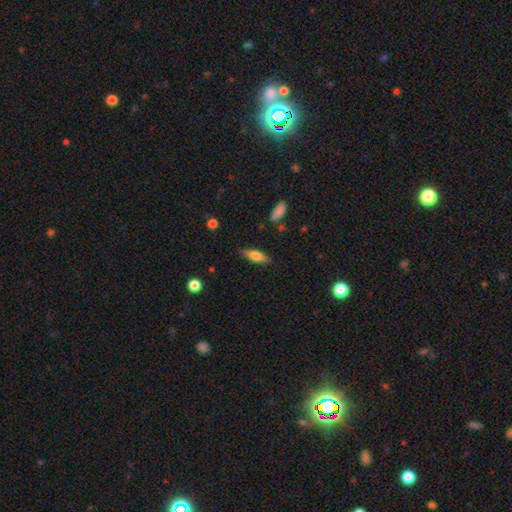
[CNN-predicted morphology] type=smooth (65%); roundness=in between (50%); merging=none (85%).